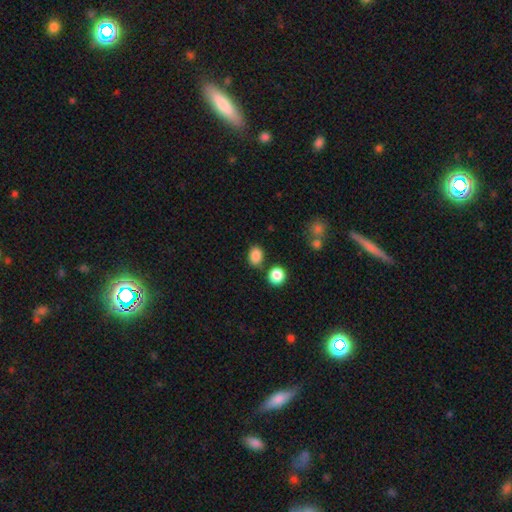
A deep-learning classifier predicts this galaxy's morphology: Smooth or featured? smooth (86%)
How rounded? in between (63%)
Merging? none (76%)